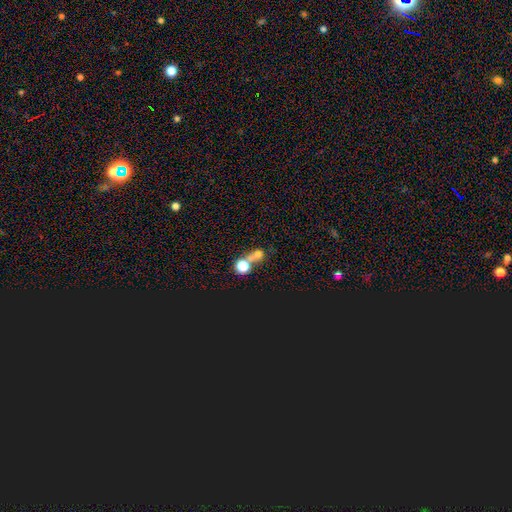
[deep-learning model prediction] Overall: smooth (58%; star or artifact 28%). How rounded: round (77%). Merging: merger (51%; none 35%).